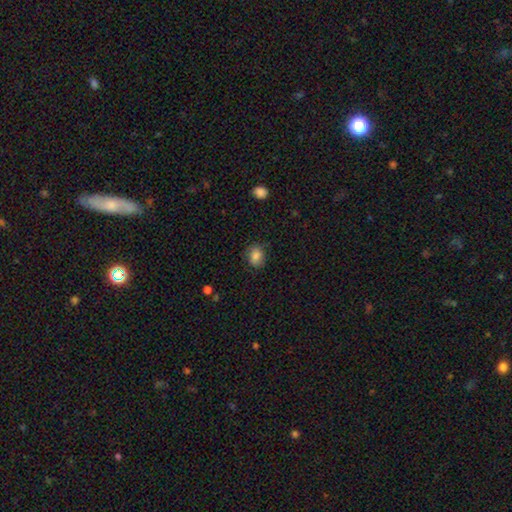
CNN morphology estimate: smooth_or_featured: smooth (p=0.83) [alt: star or artifact p=0.09]
how_rounded: in between (p=0.50) [alt: round p=0.49]
merging: none (p=0.79) [alt: minor disturbance p=0.16]